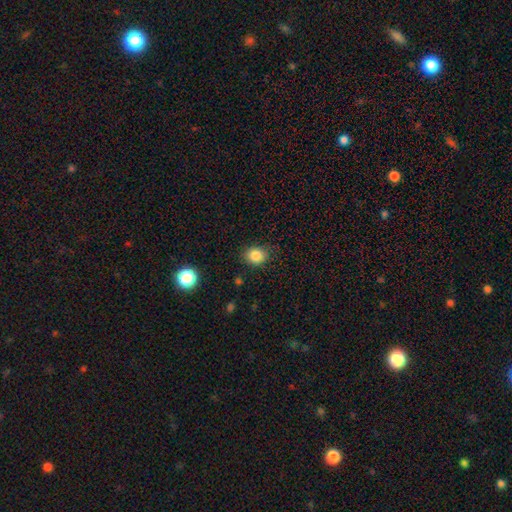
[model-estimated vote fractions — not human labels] A smooth galaxy with no disk features (84%) that is round (63%). Merging: none (84%).